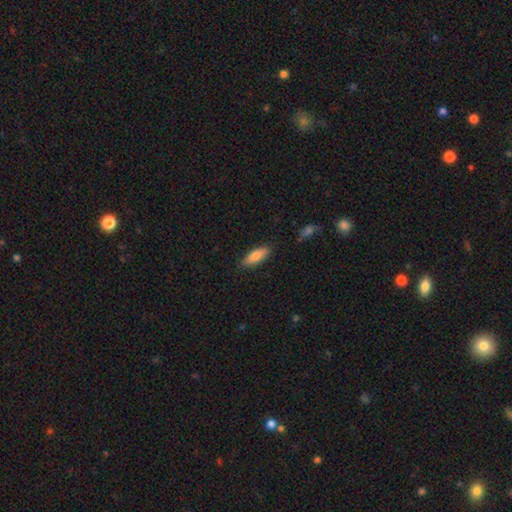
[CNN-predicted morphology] A smooth galaxy with no disk features (80%) that is in between round and cigar-shaped (62%). Merging: none (85%).